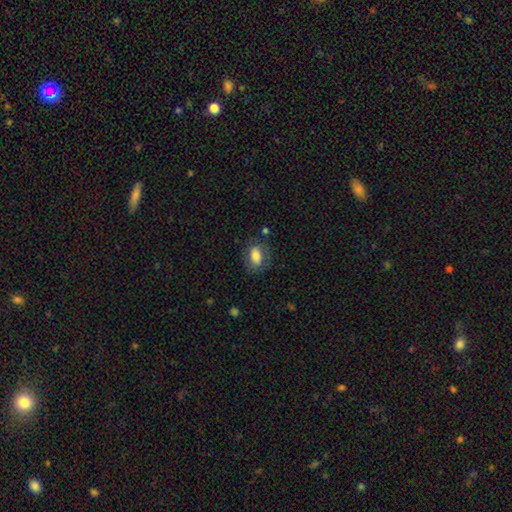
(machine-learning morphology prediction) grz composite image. It shows a smooth galaxy with no disk features (75%) that is in between round and cigar-shaped (84%). Merging: none (72%).